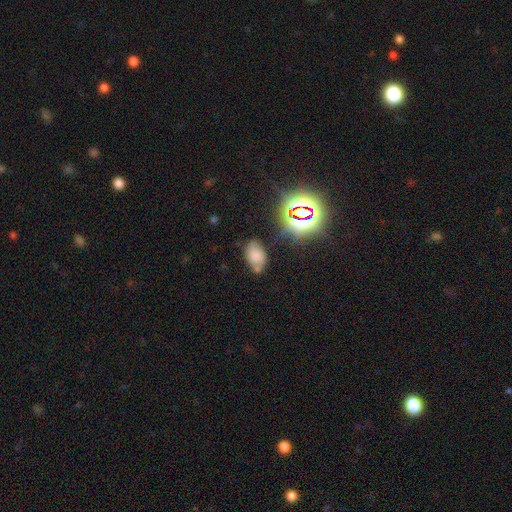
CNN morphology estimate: smooth_or_featured: smooth (p=0.67) [alt: star or artifact p=0.19]
how_rounded: in between (p=0.86) [alt: round p=0.12]
merging: none (p=0.59) [alt: minor disturbance p=0.23]